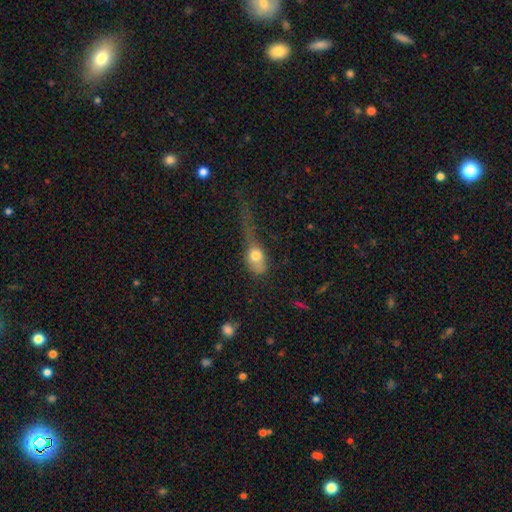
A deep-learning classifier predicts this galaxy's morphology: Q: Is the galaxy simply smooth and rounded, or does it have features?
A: smooth — 72%.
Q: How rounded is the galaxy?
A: in between — 68%.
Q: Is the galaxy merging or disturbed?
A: major disturbance — 56%.